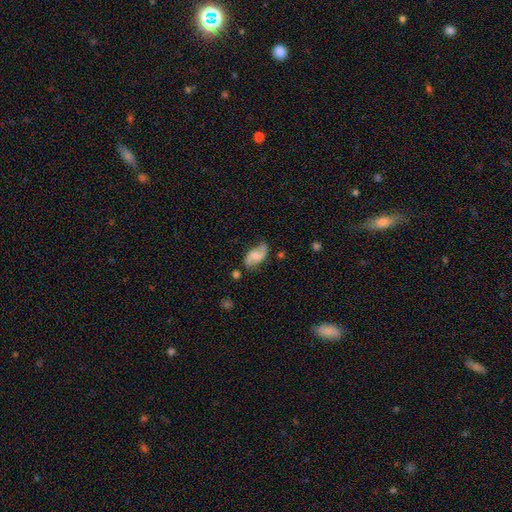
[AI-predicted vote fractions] Q: Smooth or featured?
A: featured or disk (52%); runner-up: smooth (40%)
Q: Edge-on disk?
A: no (96%); runner-up: yes (4%)
Q: Merging?
A: none (65%); runner-up: minor disturbance (24%)